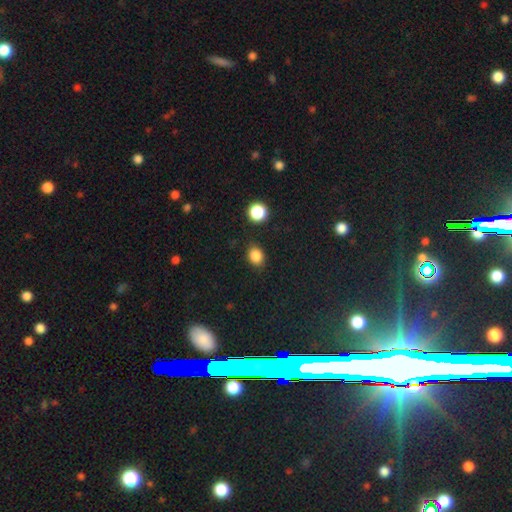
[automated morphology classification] The model was most divided on "how rounded": round: 50%, in between: 49%, cigar-shaped: 1%. More confident: smooth or featured — smooth (84%); merging — none (83%).